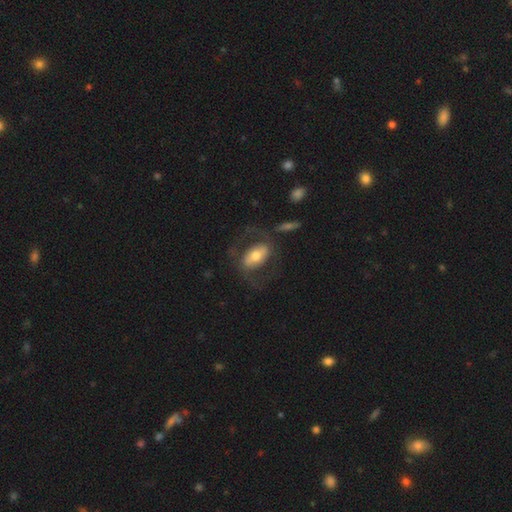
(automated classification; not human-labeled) Q: Smooth or featured?
A: featured or disk (57%); runner-up: smooth (37%)
Q: Edge-on disk?
A: no (90%); runner-up: yes (10%)
Q: Bar?
A: strong (43%); runner-up: no (29%)
Q: Spiral arms?
A: yes (57%); runner-up: no (43%)
Q: Bulge size?
A: moderate (61%); runner-up: large (18%)
Q: Merging?
A: none (60%); runner-up: major disturbance (21%)